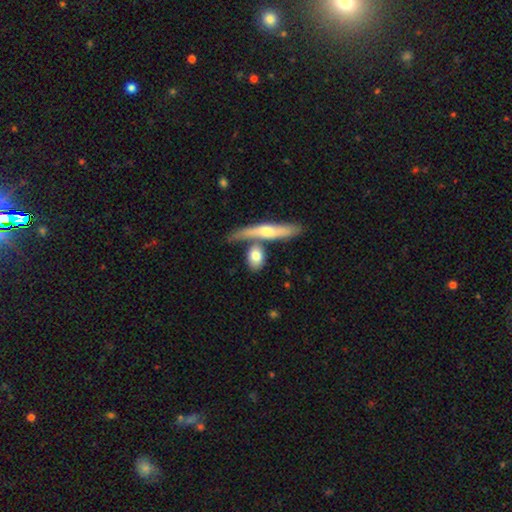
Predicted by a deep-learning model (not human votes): smooth 73%, featured or disk 22%, star or artifact 5%. Down the decision tree: how rounded — in between (57%); merging — none (56%).